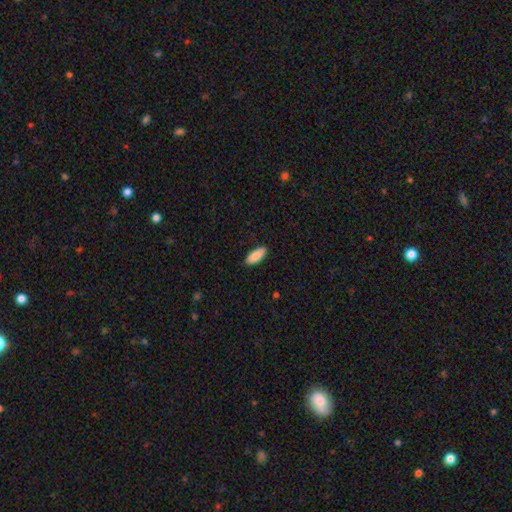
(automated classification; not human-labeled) This appears to be a smooth galaxy with no disk features (86%) that is in between round and cigar-shaped (78%). Merging: none (88%).